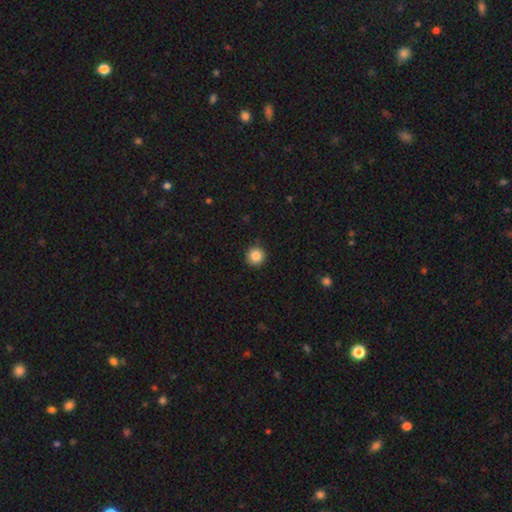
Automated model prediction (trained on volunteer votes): A smooth galaxy with no disk features (86%) that is round (96%). Merging: none (92%).